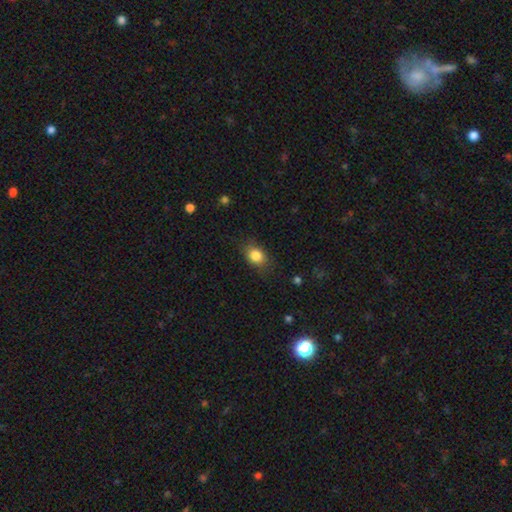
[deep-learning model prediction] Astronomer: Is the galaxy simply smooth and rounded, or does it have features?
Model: smooth — 84%.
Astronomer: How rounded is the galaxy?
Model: in between — 64%.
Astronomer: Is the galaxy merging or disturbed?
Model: none — 77%.